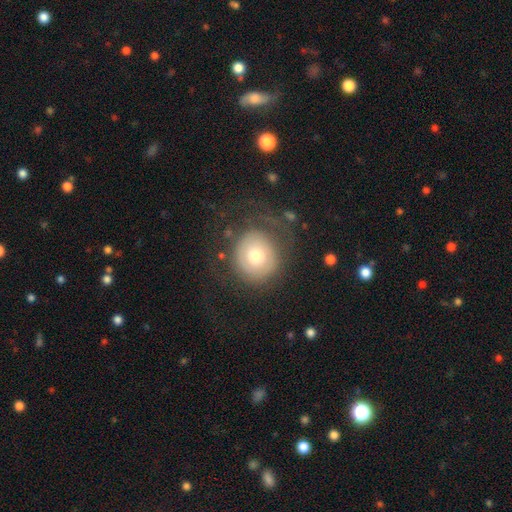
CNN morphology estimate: Overall: smooth (51%; featured or disk 41%). How rounded: round (84%). Merging: none (62%).